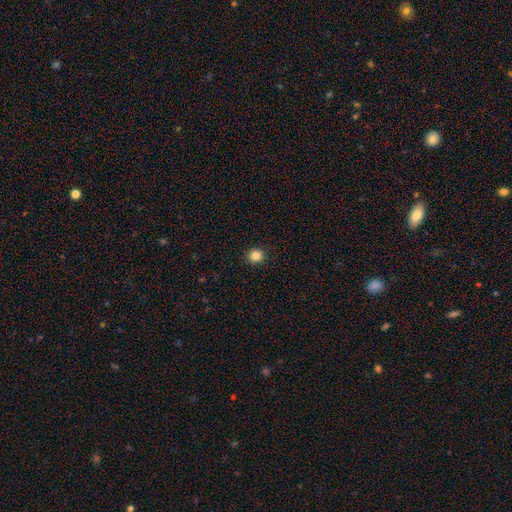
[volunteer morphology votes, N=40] type=smooth (88%); roundness=round (89%); merging=none (92%).